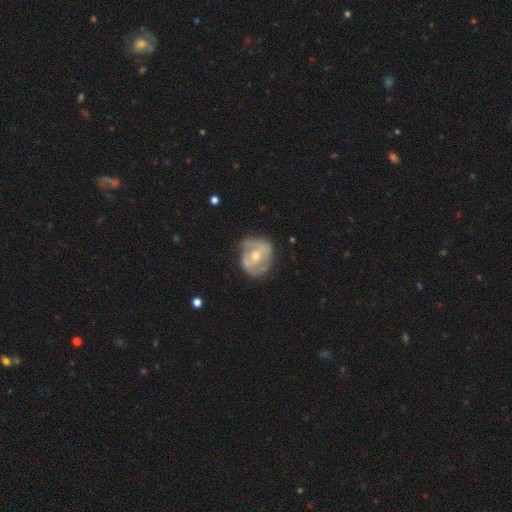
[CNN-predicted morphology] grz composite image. It shows a featured or disk galaxy (69%) with no bar (51%), spiral arms (71%) and a moderate central bulge (60%). Merging: none (62%).